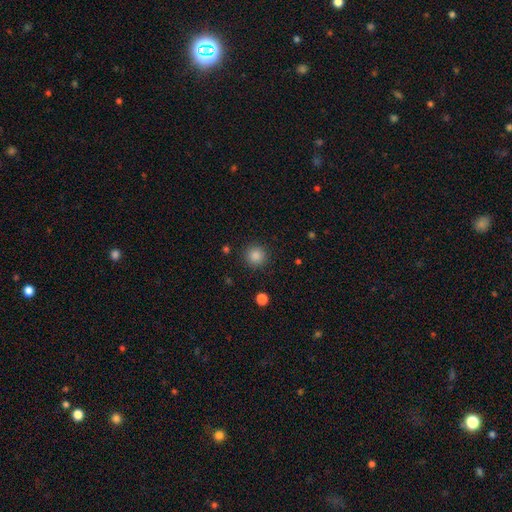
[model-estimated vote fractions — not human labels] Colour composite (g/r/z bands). It shows a smooth galaxy with no disk features (86%) that is round (94%). Merging: none (90%).